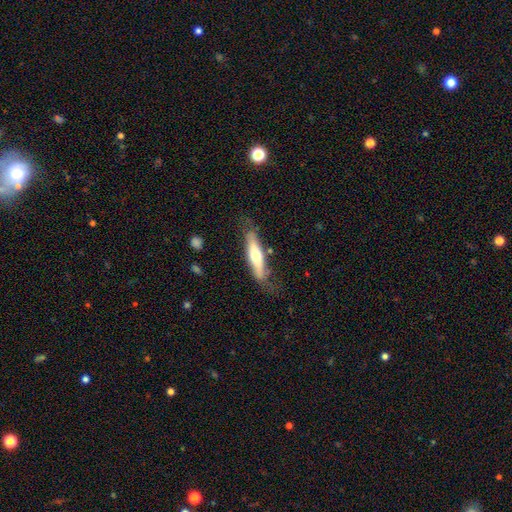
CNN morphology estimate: The model was most divided on "smooth or featured": smooth: 50%, featured or disk: 44%, star or artifact: 5%. More confident: how rounded — cigar-shaped (75%); merging — none (64%).